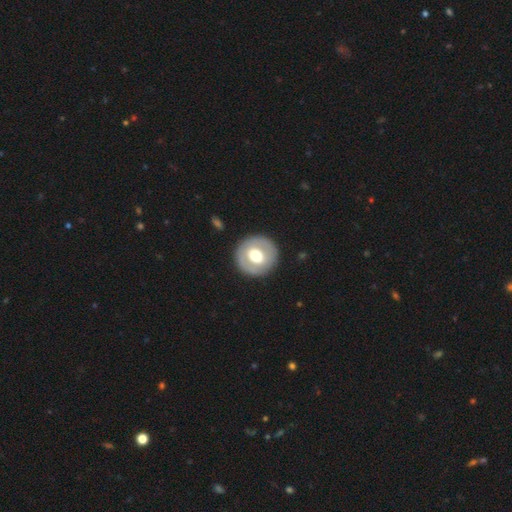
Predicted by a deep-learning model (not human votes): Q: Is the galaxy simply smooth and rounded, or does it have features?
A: smooth — 53%.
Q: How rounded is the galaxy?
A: round — 91%.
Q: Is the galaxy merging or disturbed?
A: none — 89%.